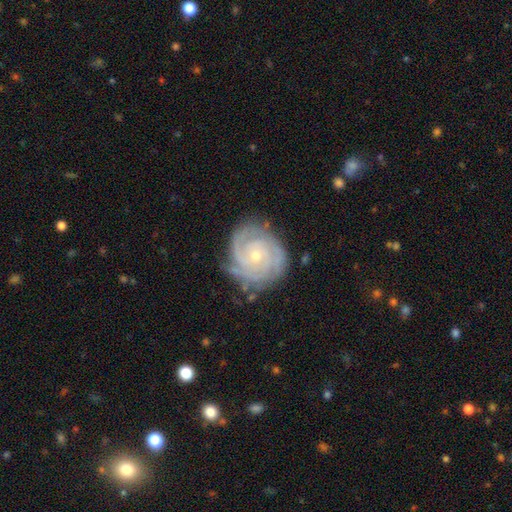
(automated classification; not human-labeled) A featured or disk galaxy (89%) with no bar (76%), 3 (34%) tight (79%) spiral arms (98%) and a small central bulge (65%).

Vote fractions:
- Smooth or featured? featured or disk: 89% / smooth: 6% / star or artifact: 5%
- Edge-on disk? no: 98% / yes: 2%
- Bar? no: 76% / weak: 20% / strong: 4%
- Spiral arms? yes: 98% / no: 2%
- Spiral winding? tight: 79% / medium: 18% / loose: 3%
- Spiral arm count? 3: 34% / 2: 21% / can't tell: 18% / 4: 15% / more than 4: 6% / 1: 6%
- Bulge size? small: 65% / moderate: 32% / large: 1% / none: 1% / dominant: 1%
- Merging? none: 76% / minor disturbance: 17% / major disturbance: 5% / merger: 2%